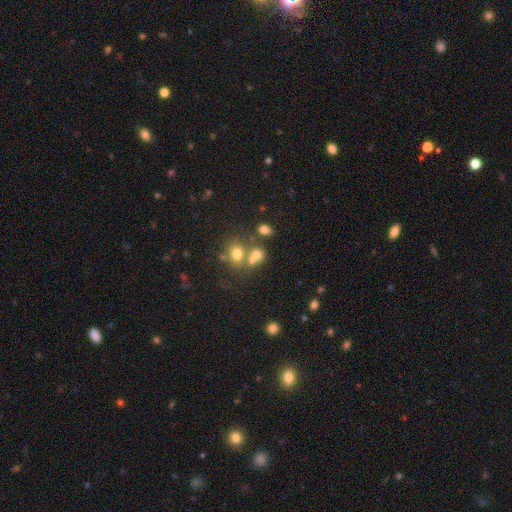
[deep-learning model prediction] A smooth galaxy with no disk features (67%) that is round (61%). Merging: merger (44%).